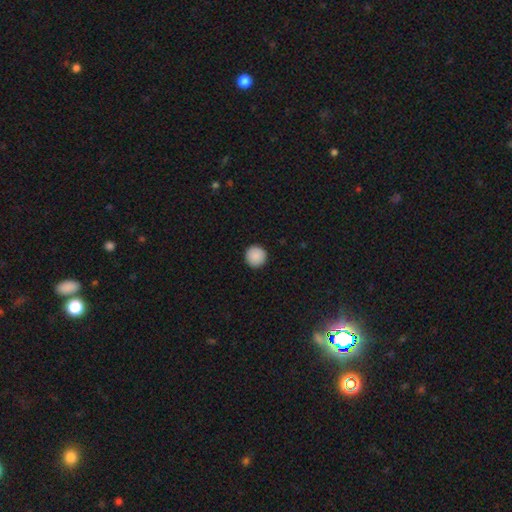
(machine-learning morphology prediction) Overall: smooth (90%). How rounded: round (96%). Merging: none (93%).